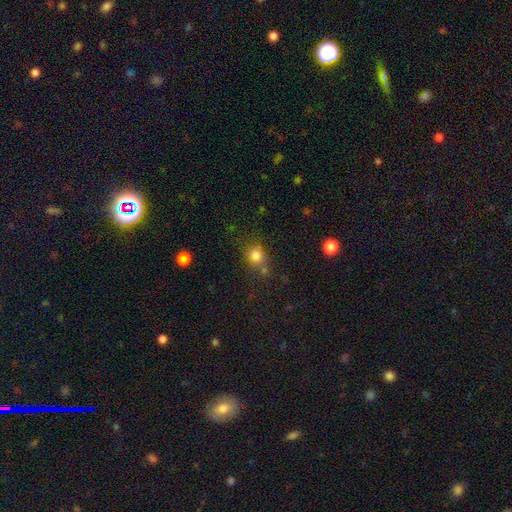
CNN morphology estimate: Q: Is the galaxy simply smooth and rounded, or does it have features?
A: smooth — 80%.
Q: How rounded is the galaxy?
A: round — 76%.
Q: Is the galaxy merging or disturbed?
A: none — 60%.